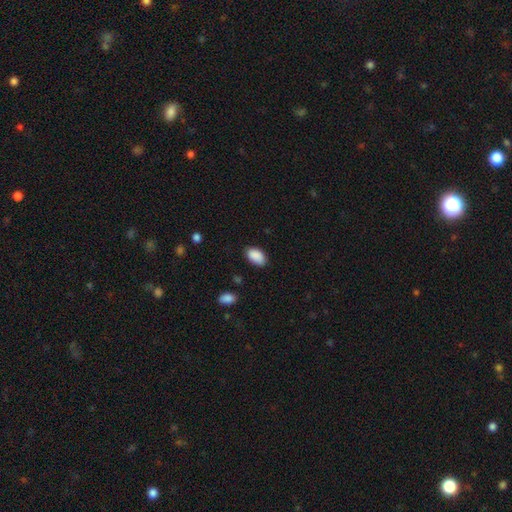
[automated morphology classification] Q: Smooth or featured?
A: smooth (90%); runner-up: star or artifact (7%)
Q: How rounded?
A: in between (94%); runner-up: round (5%)
Q: Merging?
A: none (82%); runner-up: minor disturbance (14%)